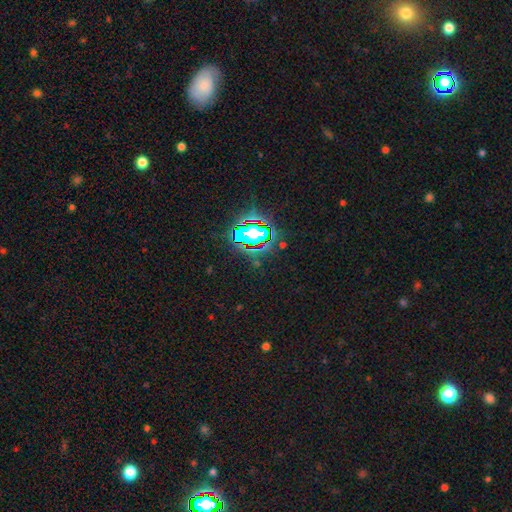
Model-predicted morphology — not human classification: star or artifact 80%, smooth 13%, featured or disk 8%.